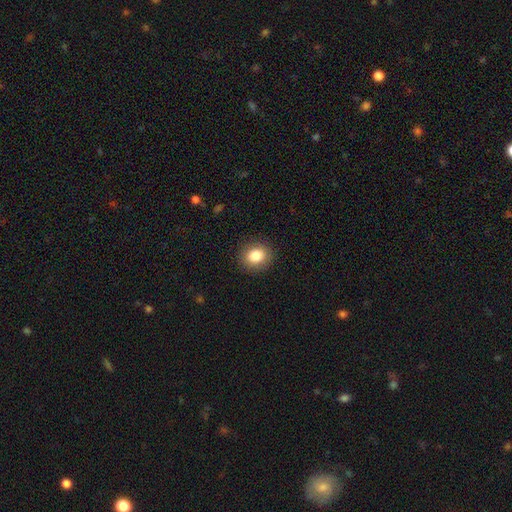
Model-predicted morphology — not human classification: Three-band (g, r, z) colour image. It shows a smooth galaxy with no disk features (84%) that is round (63%). Merging: none (89%).